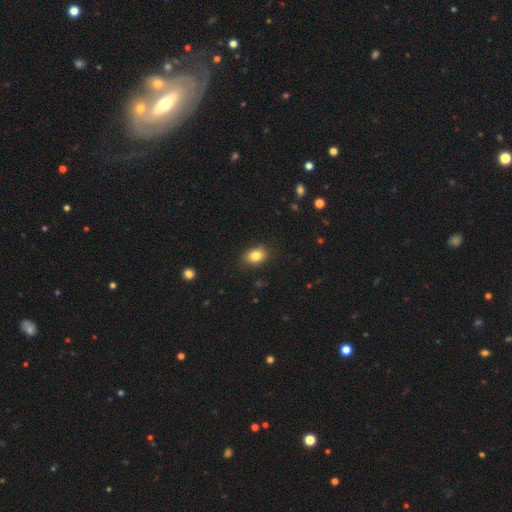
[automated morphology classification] type=smooth (84%); roundness=in between (68%); merging=none (84%).